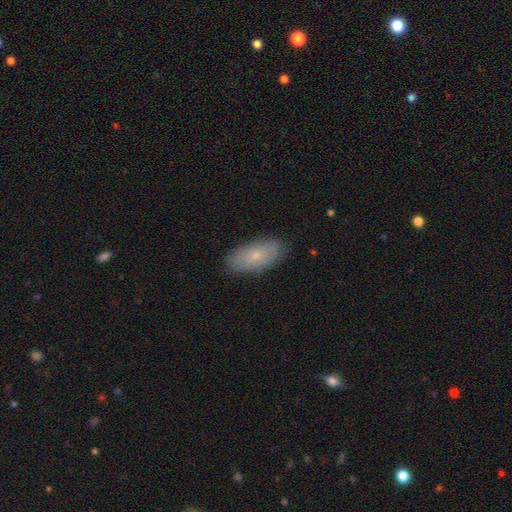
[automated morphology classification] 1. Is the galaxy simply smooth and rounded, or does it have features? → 71% smooth, 22% featured or disk, 7% star or artifact.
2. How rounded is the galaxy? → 89% in between, 7% cigar-shaped, 3% round.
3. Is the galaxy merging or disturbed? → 84% none, 12% minor disturbance, 2% major disturbance, 1% merger.